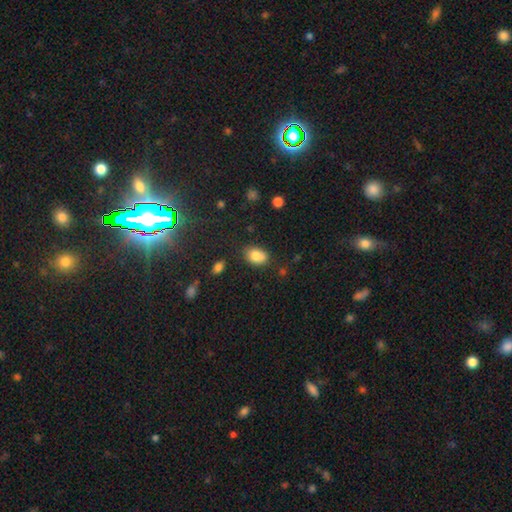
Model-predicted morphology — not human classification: smooth_or_featured: smooth (p=0.84) [alt: star or artifact p=0.09]
how_rounded: in between (p=0.81) [alt: round p=0.17]
merging: none (p=0.76) [alt: minor disturbance p=0.17]